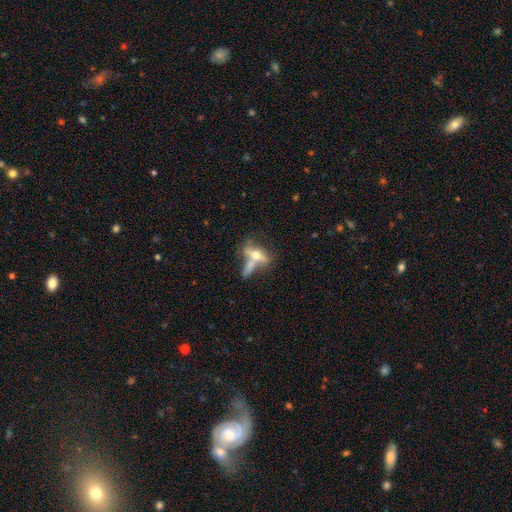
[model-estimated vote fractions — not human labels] smooth_or_featured: featured or disk (p=0.51) [alt: smooth p=0.38]
disk_edge_on: yes (p=0.51) [alt: no p=0.49]
merging: merger (p=0.46) [alt: none p=0.29]